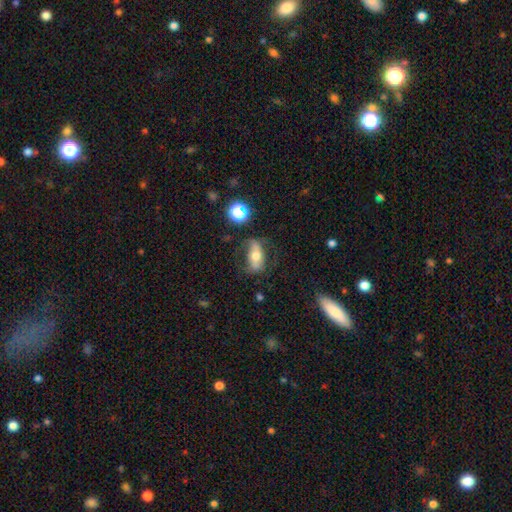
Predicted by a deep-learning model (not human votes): smooth_or_featured: featured or disk (p=0.46) [alt: smooth p=0.44]
merging: none (p=0.61) [alt: minor disturbance p=0.22]